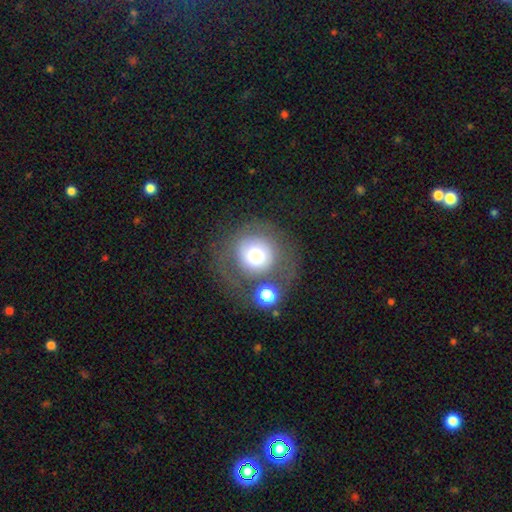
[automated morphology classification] type=smooth (64%); roundness=round (91%); merging=none (57%).